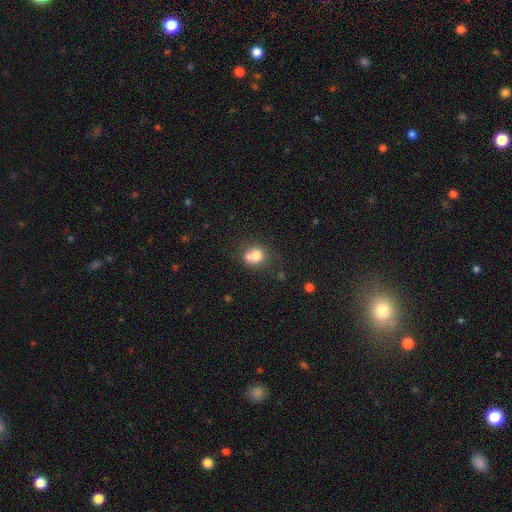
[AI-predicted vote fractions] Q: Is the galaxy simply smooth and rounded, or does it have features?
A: smooth — 74%.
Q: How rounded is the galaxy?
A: round — 70%.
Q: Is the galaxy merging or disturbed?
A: merger — 45%.